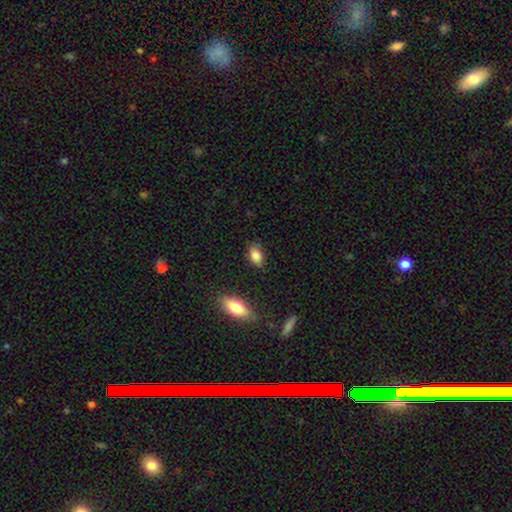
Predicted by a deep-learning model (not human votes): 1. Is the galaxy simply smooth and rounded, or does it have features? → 86% smooth, 8% star or artifact, 6% featured or disk.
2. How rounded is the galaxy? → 88% in between, 9% round, 3% cigar-shaped.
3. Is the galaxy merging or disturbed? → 79% none, 16% minor disturbance, 3% major disturbance, 2% merger.